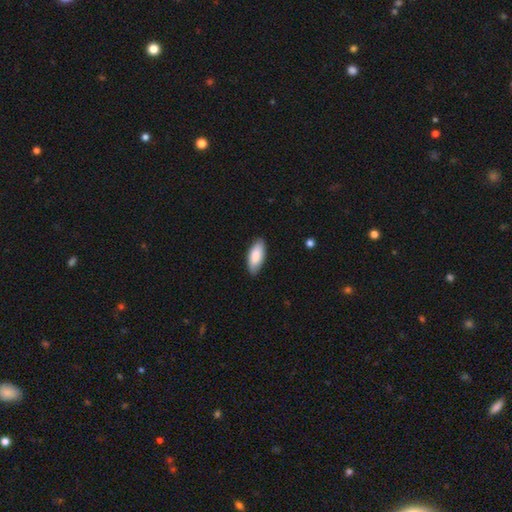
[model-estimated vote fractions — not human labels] Q: Smooth or featured?
A: smooth (88%); runner-up: featured or disk (7%)
Q: How rounded?
A: in between (86%); runner-up: cigar-shaped (13%)
Q: Merging?
A: none (87%); runner-up: minor disturbance (10%)